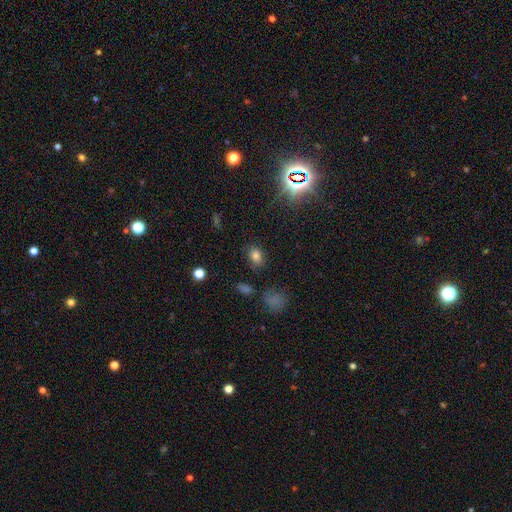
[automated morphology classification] A smooth galaxy with no disk features (78%) that is in between round and cigar-shaped (64%).

Vote fractions:
- Smooth or featured? smooth: 78% / star or artifact: 16% / featured or disk: 6%
- How rounded? in between: 64% / round: 35% / cigar-shaped: 1%
- Merging? none: 81% / minor disturbance: 13% / major disturbance: 4% / merger: 3%